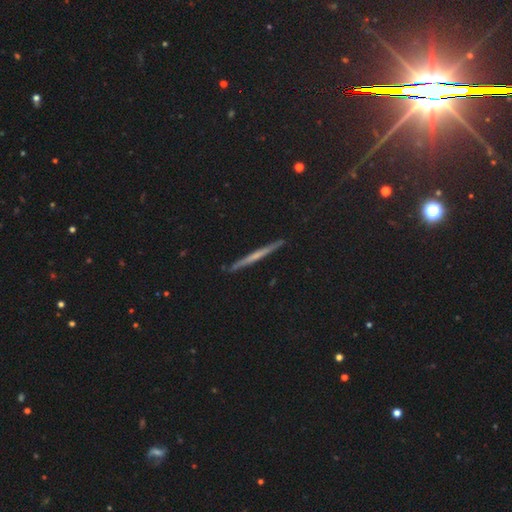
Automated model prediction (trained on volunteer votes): A featured or disk galaxy (56%) viewed edge-on (97%) with no central bulge (68%).

Vote fractions:
- Smooth or featured? featured or disk: 56% / smooth: 35% / star or artifact: 9%
- Edge-on disk? yes: 97% / no: 3%
- Edge-on bulge? none: 68% / rounded: 24% / boxy: 8%
- Merging? none: 91% / minor disturbance: 6% / major disturbance: 1% / merger: 1%